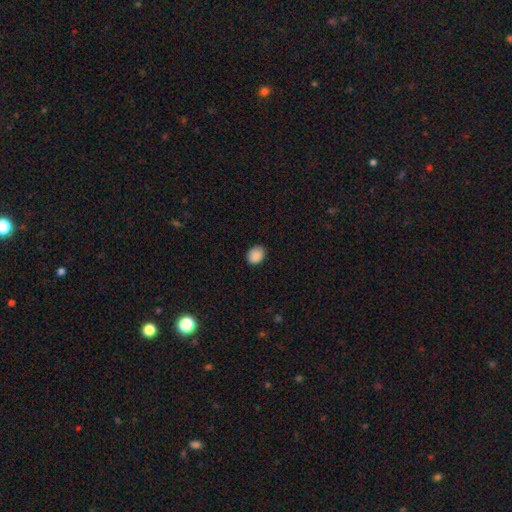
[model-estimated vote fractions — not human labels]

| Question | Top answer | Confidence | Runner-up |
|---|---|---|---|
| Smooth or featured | smooth | 89% | star or artifact (8%) |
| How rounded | in between | 51% | round (48%) |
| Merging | none | 83% | minor disturbance (13%) |